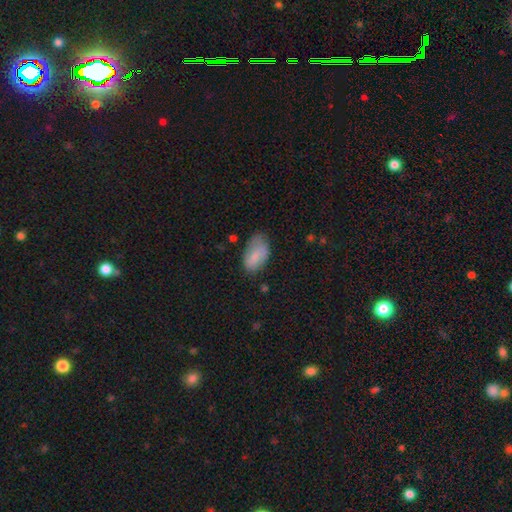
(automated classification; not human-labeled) Q: Smooth or featured?
A: smooth (78%); runner-up: featured or disk (14%)
Q: How rounded?
A: in between (94%); runner-up: round (4%)
Q: Merging?
A: none (55%); runner-up: minor disturbance (33%)